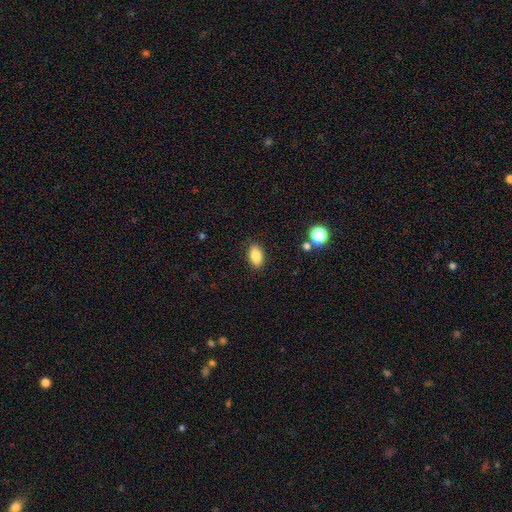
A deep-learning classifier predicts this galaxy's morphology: Overall: smooth (86%). How rounded: in between (89%). Merging: none (87%).